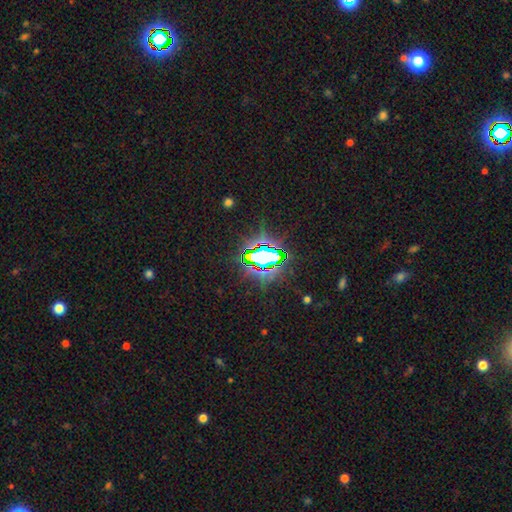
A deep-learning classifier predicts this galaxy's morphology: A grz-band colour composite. It shows a star or artifact, not a galaxy (83%).